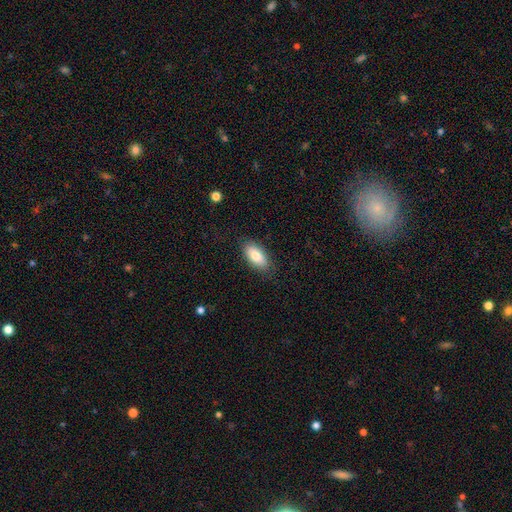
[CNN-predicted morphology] smooth-or-featured: smooth: 79% | featured or disk: 14% | star or artifact: 7%
  how-rounded: in between: 89% | cigar-shaped: 9% | round: 3%
  merging: none: 85% | minor disturbance: 12% | major disturbance: 3% | merger: 1%